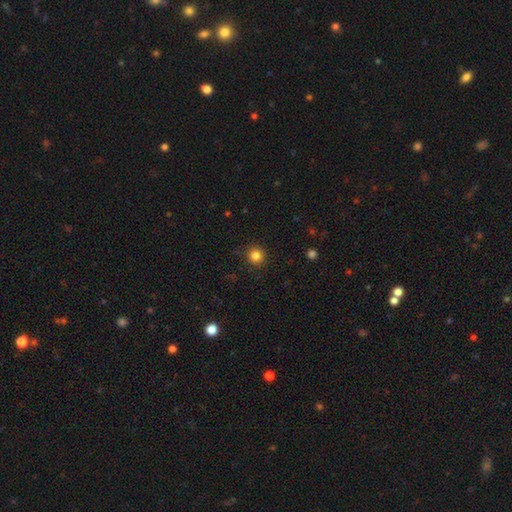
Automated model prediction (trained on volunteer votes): Smooth or featured?
  - smooth: 82% *
  - star or artifact: 12%
  - featured or disk: 5%
How rounded?
  - round: 93% *
  - in between: 6%
  - cigar-shaped: 1%
Merging?
  - none: 91% *
  - minor disturbance: 6%
  - major disturbance: 2%
  - merger: 1%